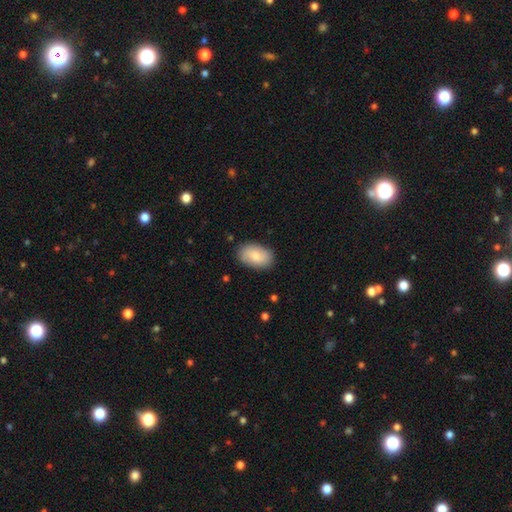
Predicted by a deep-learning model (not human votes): This is likely a smooth galaxy (79%). How rounded: clearly in between (92%). Merging: clearly none (86%).